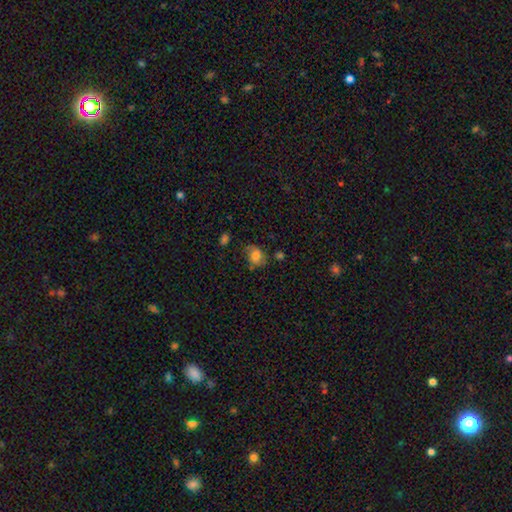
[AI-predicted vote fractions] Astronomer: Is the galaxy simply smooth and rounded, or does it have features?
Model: smooth — 71%.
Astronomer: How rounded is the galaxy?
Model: in between — 54% (runner-up: round, 45%).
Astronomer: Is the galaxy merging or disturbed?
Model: none — 57%.